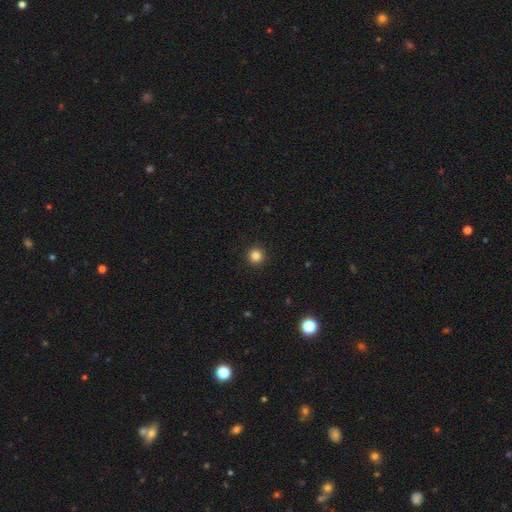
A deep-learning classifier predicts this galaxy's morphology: type=smooth (84%); roundness=round (95%); merging=none (93%).